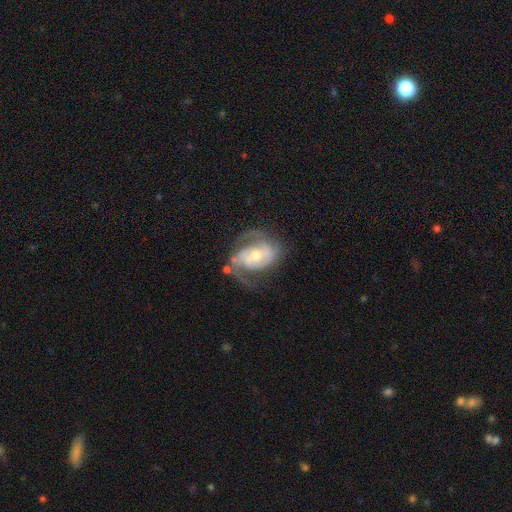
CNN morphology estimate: smooth-or-featured: featured or disk: 85% | smooth: 9% | star or artifact: 5%
  disk-edge-on: no: 97% | yes: 3%
    bar: no: 51% | weak: 36% | strong: 13%
    has-spiral-arms: yes: 93% | no: 7%
      spiral-winding: medium: 45% | tight: 38% | loose: 17%
      spiral-arm-count: 2: 71% | can't tell: 12% | 3: 8% | 1: 6% | 4: 2% | more than 4: 2%
    bulge-size: moderate: 62% | small: 31% | large: 5% | none: 1% | dominant: 1%
  merging: none: 55% | minor disturbance: 22% | major disturbance: 19% | merger: 4%